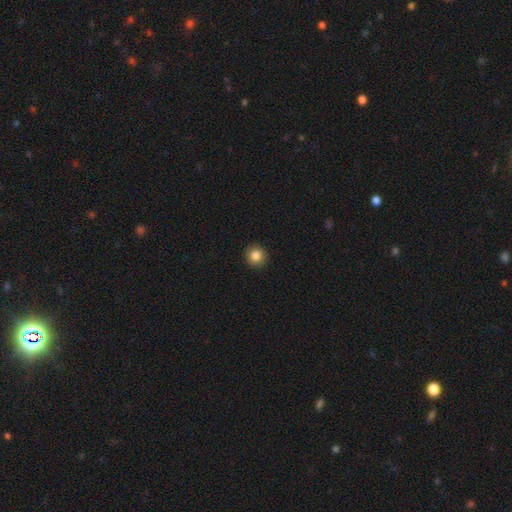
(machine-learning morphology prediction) This appears to be a smooth galaxy with no disk features (84%) that is round (93%). Merging: none (93%).